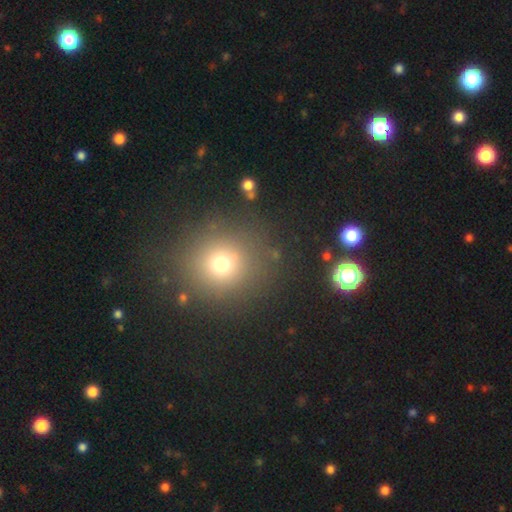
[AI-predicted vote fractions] smooth_or_featured: smooth (p=0.60) [alt: star or artifact p=0.32]
how_rounded: round (p=0.89) [alt: in between p=0.10]
merging: none (p=0.88) [alt: minor disturbance p=0.07]